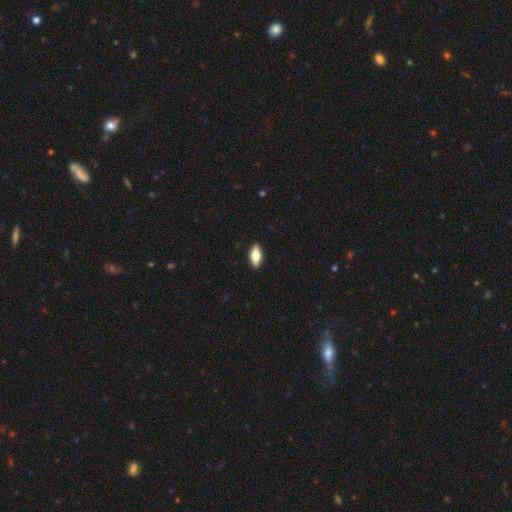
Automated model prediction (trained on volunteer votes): Smooth or featured? Predicted: smooth (p=0.70). How rounded? Predicted: in between (p=0.81). Merging? Predicted: none (p=0.91).